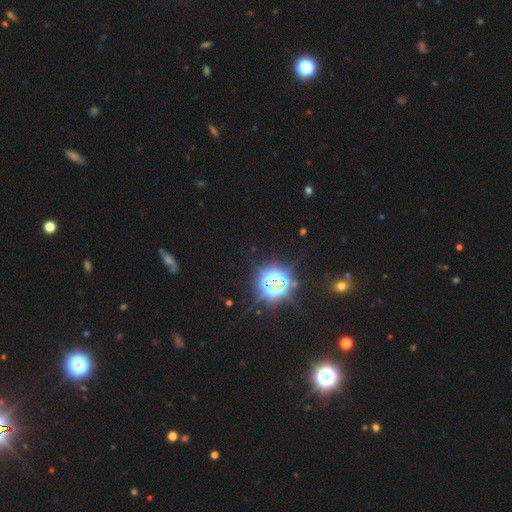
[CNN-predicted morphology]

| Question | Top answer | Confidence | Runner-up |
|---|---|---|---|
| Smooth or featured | star or artifact | 79% | smooth (15%) |